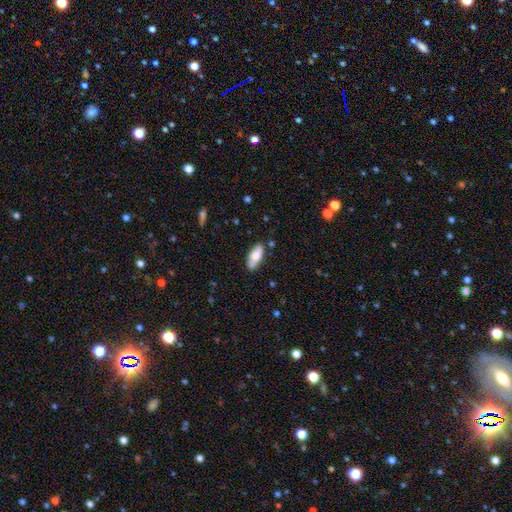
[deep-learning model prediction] Smooth or featured: smooth — 69% (featured or disk — 24%)
How rounded: in between — 81% (cigar-shaped — 17%)
Merging: none — 81% (minor disturbance — 14%)